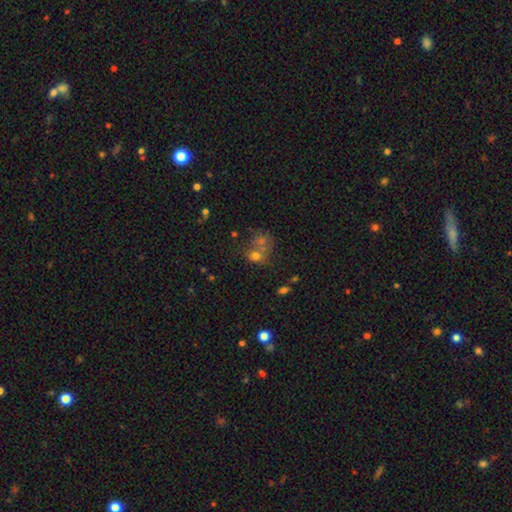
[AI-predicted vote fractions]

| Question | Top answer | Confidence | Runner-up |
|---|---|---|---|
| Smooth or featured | smooth | 66% | star or artifact (18%) |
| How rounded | round | 64% | in between (35%) |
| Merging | merger | 51% | none (32%) |